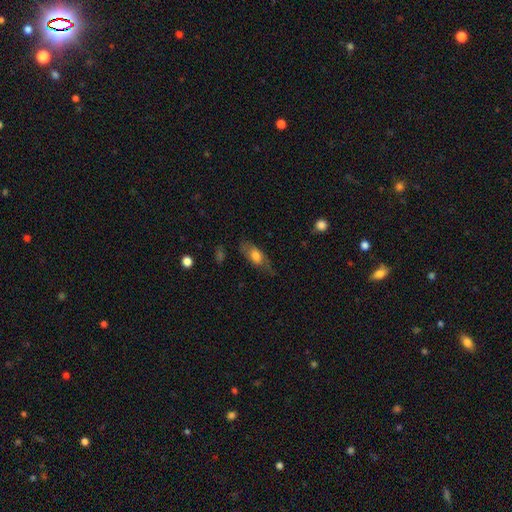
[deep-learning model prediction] This is likely a smooth galaxy (61%). How rounded: likely in between (76%). Merging: likely none (61%).